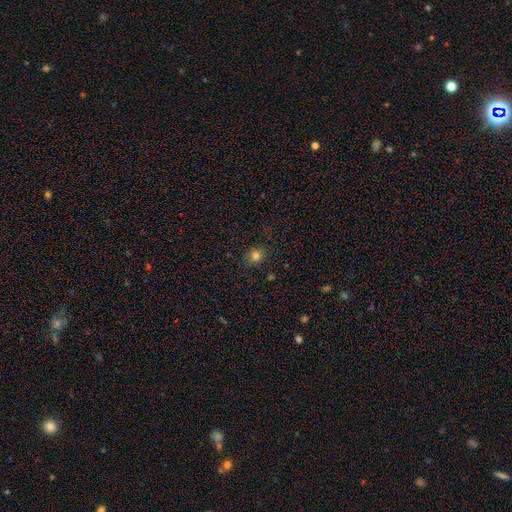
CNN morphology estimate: Q: Smooth or featured?
A: smooth (77%); runner-up: star or artifact (15%)
Q: How rounded?
A: round (73%); runner-up: in between (26%)
Q: Merging?
A: none (85%); runner-up: minor disturbance (11%)